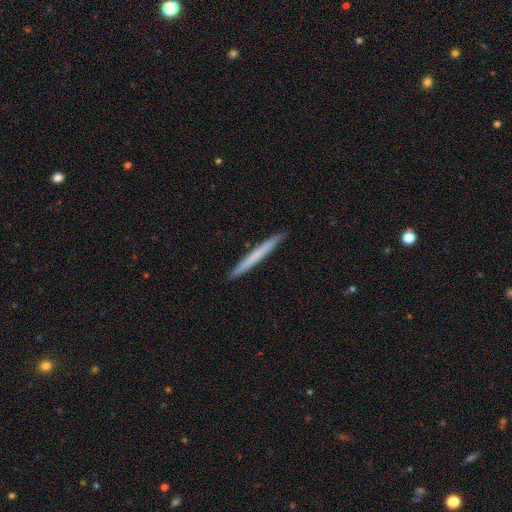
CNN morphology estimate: smooth-or-featured: smooth: 62% | featured or disk: 33% | star or artifact: 5%
  how-rounded: cigar-shaped: 97% | in between: 1% | round: 1%
  merging: none: 93% | minor disturbance: 5% | major disturbance: 1% | merger: 1%